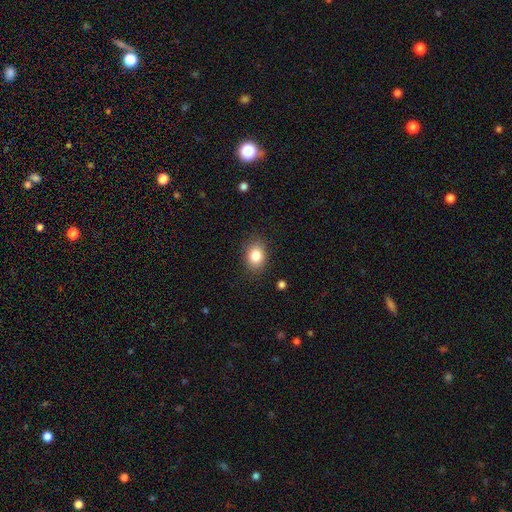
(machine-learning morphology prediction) smooth 84%, star or artifact 9%, featured or disk 7%. Down the decision tree: how rounded — in between (63%); merging — none (85%).